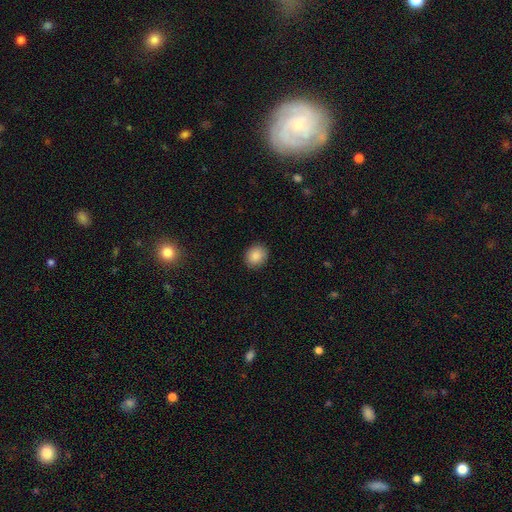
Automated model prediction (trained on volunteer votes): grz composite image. It shows a smooth galaxy with no disk features (88%) that is round (67%). Merging: none (89%).